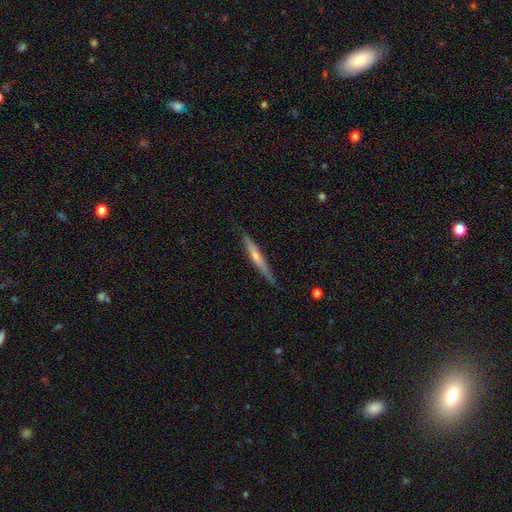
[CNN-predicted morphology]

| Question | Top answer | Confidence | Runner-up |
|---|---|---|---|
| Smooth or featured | featured or disk | 56% | smooth (38%) |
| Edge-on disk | yes | 95% | no (5%) |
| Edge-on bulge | rounded | 59% | none (36%) |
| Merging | none | 82% | minor disturbance (15%) |